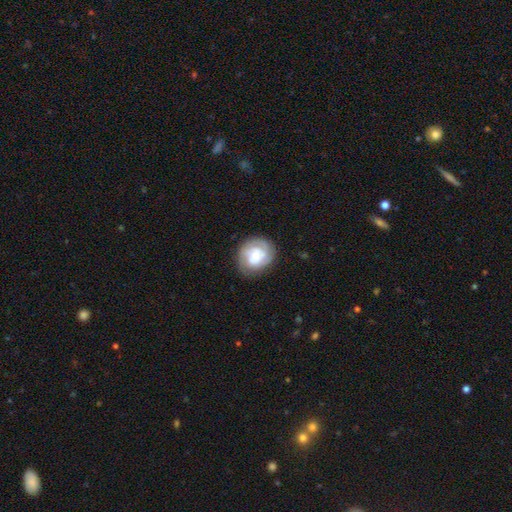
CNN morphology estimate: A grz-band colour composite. It shows a featured or disk galaxy (56%) with no bar (65%), spiral arms (76%) and a small central bulge (45%). Merging: none (73%).